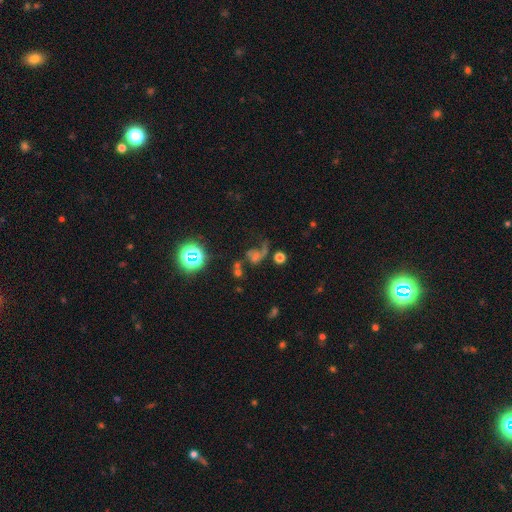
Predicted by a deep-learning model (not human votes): Morphology: type=featured or disk (42%); merging=none (38%).